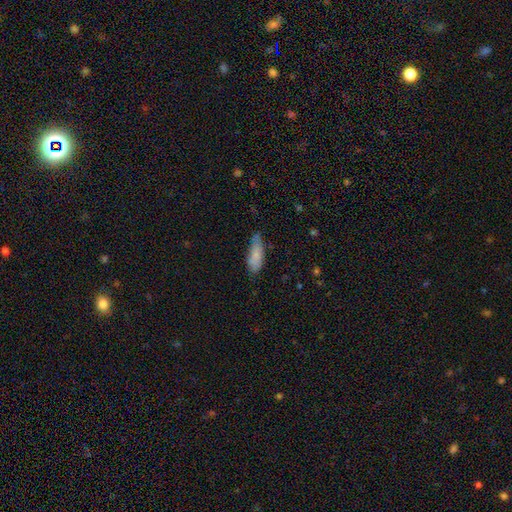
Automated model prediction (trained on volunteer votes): Q: Smooth or featured?
A: smooth (77%); runner-up: featured or disk (17%)
Q: How rounded?
A: in between (57%); runner-up: cigar-shaped (41%)
Q: Merging?
A: none (57%); runner-up: minor disturbance (32%)